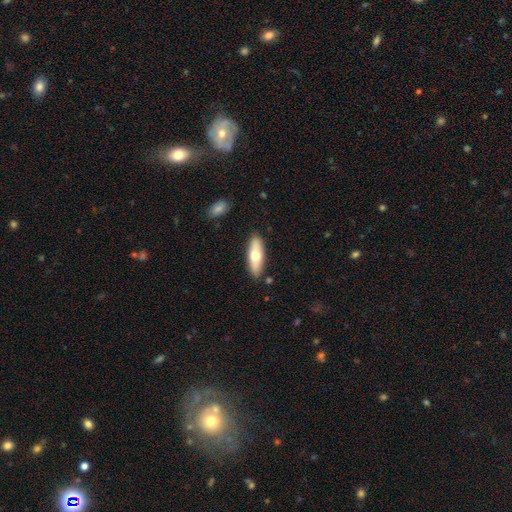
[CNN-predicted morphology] A smooth galaxy with no disk features (60%) that is in between round and cigar-shaped (58%).

Vote fractions:
- Smooth or featured? smooth: 60% / featured or disk: 34% / star or artifact: 6%
- How rounded? in between: 58% / cigar-shaped: 40% / round: 2%
- Merging? none: 86% / minor disturbance: 10% / merger: 2% / major disturbance: 2%